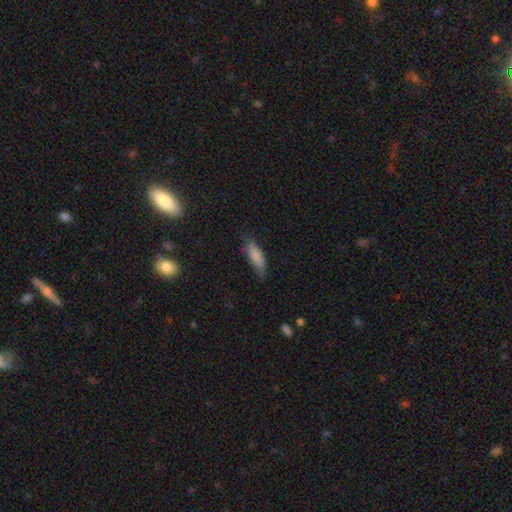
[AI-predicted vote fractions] smooth_or_featured: smooth (p=0.81) [alt: featured or disk p=0.12]
how_rounded: in between (p=0.56) [alt: cigar-shaped p=0.42]
merging: none (p=0.63) [alt: minor disturbance p=0.28]